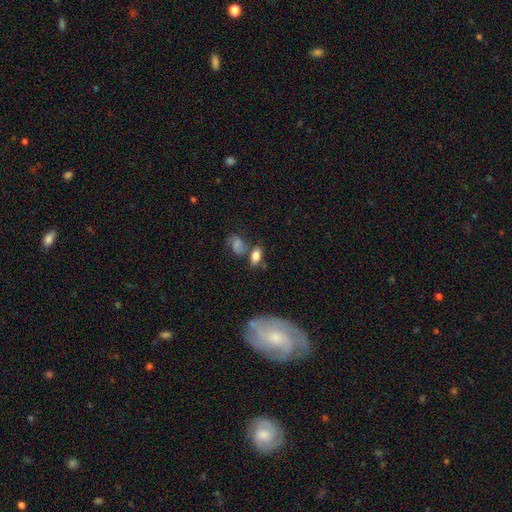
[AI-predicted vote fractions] The model was most divided on "merging": none: 54%, merger: 23%, minor disturbance: 16%, major disturbance: 7%. More confident: how rounded — in between (86%); smooth or featured — smooth (77%).